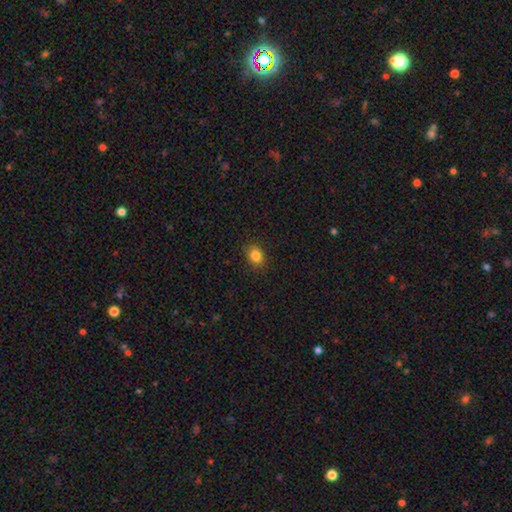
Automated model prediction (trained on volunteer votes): Smooth or featured? smooth (85%)
How rounded? in between (54%)
Merging? none (87%)